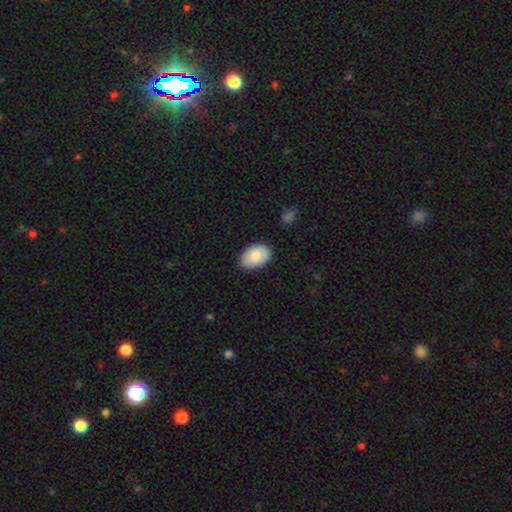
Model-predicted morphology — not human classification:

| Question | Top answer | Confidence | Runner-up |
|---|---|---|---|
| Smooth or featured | smooth | 86% | featured or disk (8%) |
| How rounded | in between | 91% | round (8%) |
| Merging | none | 81% | minor disturbance (15%) |